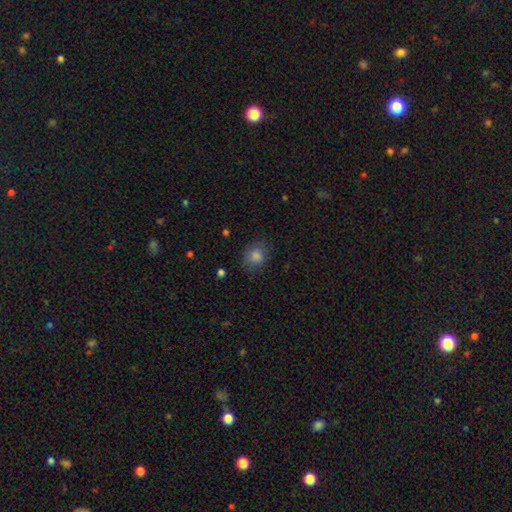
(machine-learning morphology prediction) Smooth or featured: smooth — 82% (star or artifact — 11%)
How rounded: round — 64% (in between — 35%)
Merging: none — 80% (minor disturbance — 15%)